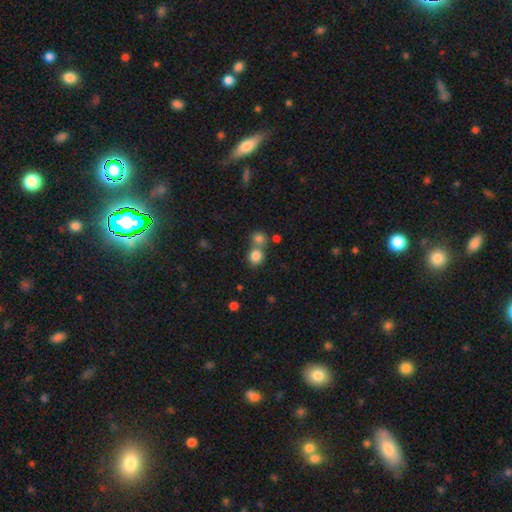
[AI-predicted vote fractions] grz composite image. It shows a smooth galaxy with no disk features (82%) that is round (83%). Merging: none (53%).